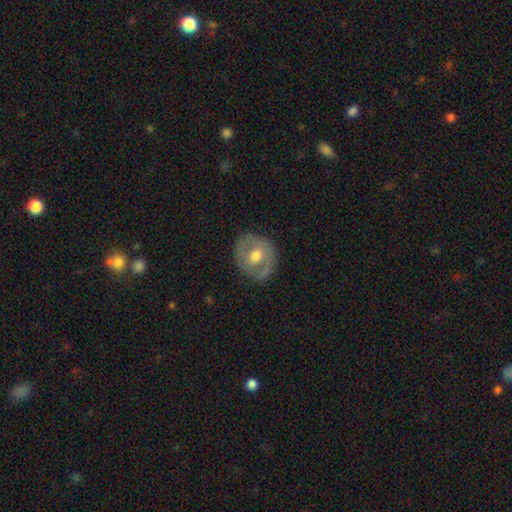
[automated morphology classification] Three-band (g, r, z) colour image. It shows a featured or disk galaxy (52%). Merging: none (79%).